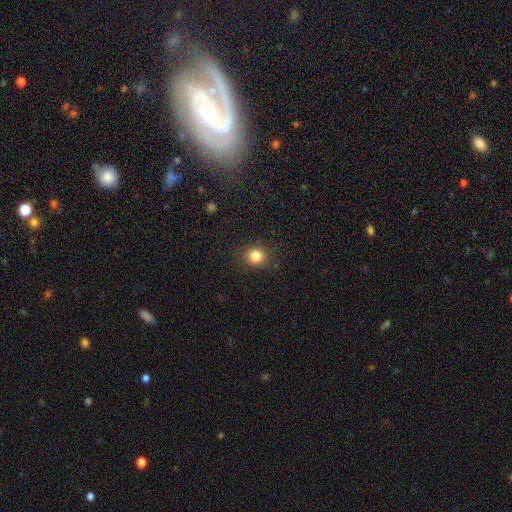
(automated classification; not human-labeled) Smooth or featured? Predicted: smooth (p=0.83). How rounded? Predicted: round (p=0.79). Merging? Predicted: none (p=0.85).